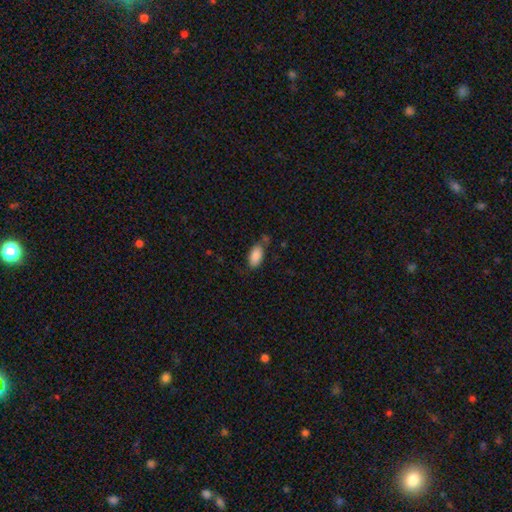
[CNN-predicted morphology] This appears to be a smooth galaxy with no disk features (87%) that is in between round and cigar-shaped (93%). Merging: none (64%).